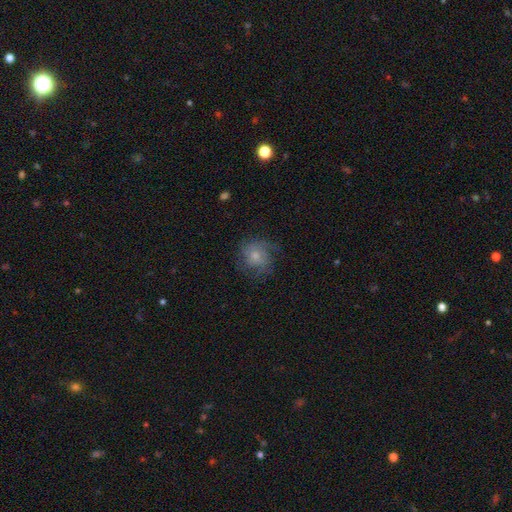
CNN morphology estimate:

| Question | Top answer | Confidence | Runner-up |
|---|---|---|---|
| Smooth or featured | featured or disk | 46% | smooth (45%) |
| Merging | none | 61% | minor disturbance (22%) |